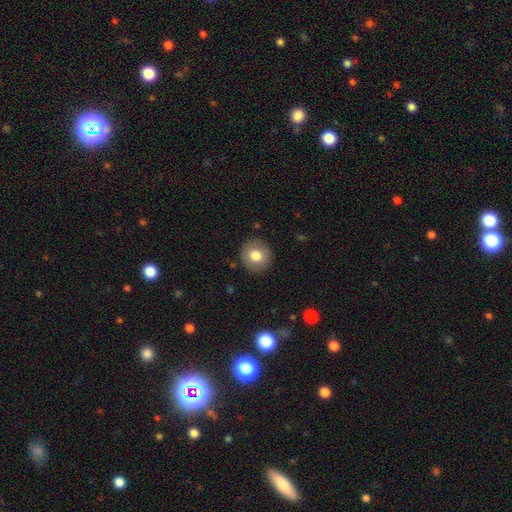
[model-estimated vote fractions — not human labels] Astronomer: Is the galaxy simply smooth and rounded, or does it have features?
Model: smooth — 78%.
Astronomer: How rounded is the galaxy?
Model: round — 92%.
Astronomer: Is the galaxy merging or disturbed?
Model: none — 90%.